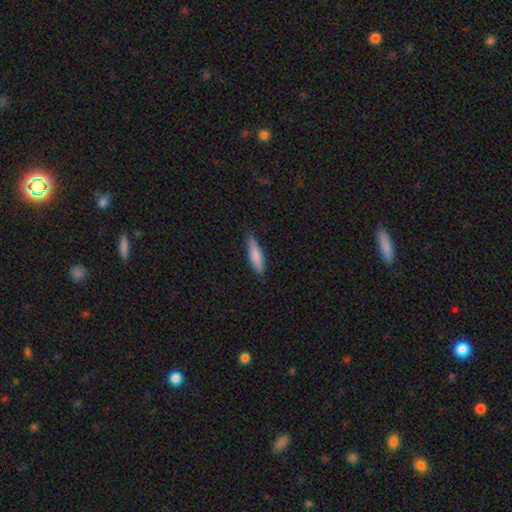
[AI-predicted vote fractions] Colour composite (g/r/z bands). It shows a smooth galaxy with no disk features (76%) that is cigar-shaped (77%). Merging: none (82%).